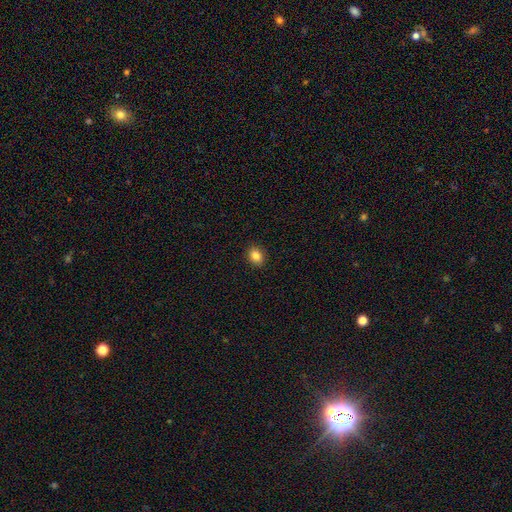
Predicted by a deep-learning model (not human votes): This is clearly a smooth galaxy (86%). How rounded: possibly in between (57%). Merging: clearly none (91%).